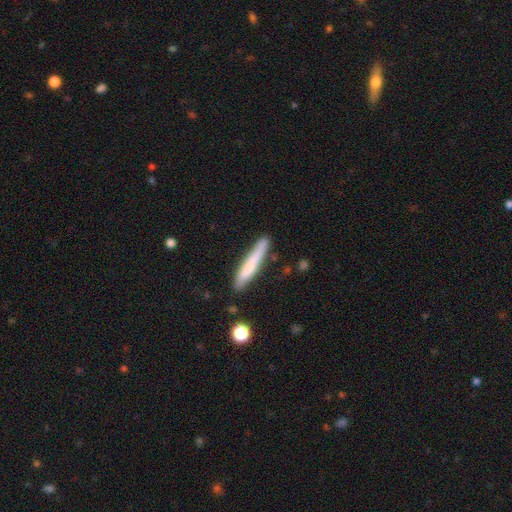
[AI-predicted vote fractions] Smooth or featured? Predicted: smooth (p=0.71). How rounded? Predicted: cigar-shaped (p=0.93). Merging? Predicted: none (p=0.79).